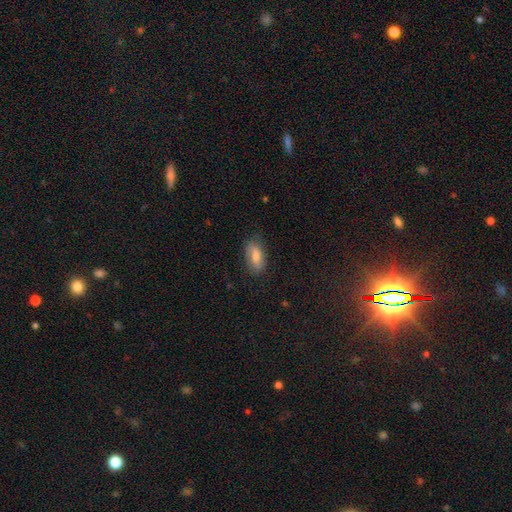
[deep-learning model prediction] This is likely a smooth galaxy (68%). How rounded: clearly in between (88%). Merging: likely none (79%).